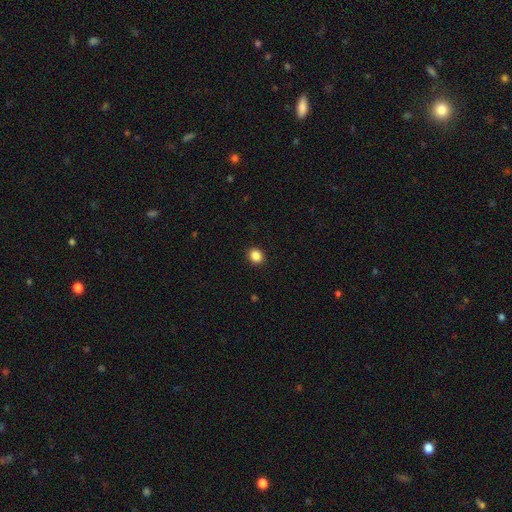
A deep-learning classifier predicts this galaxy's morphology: Smooth or featured? smooth (87%)
How rounded? round (70%)
Merging? none (91%)